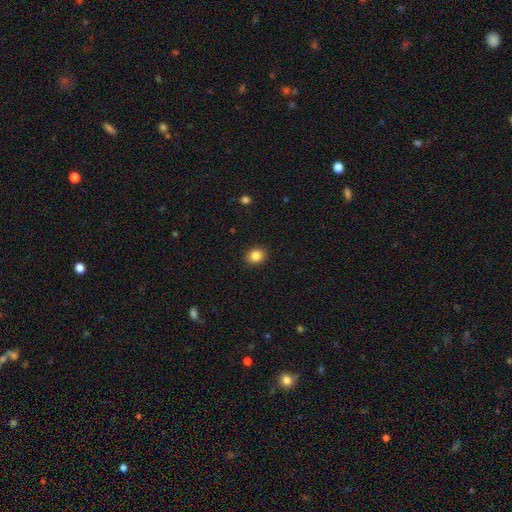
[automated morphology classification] This appears to be a smooth galaxy with no disk features (85%) that is round (59%). Merging: none (91%).